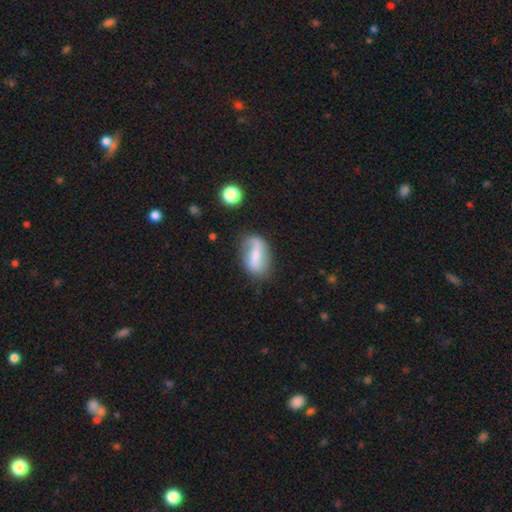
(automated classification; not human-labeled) This is possibly a featured or disk galaxy (52%). It is clearly not viewed edge-on (93%). Merging: possibly none (59%).